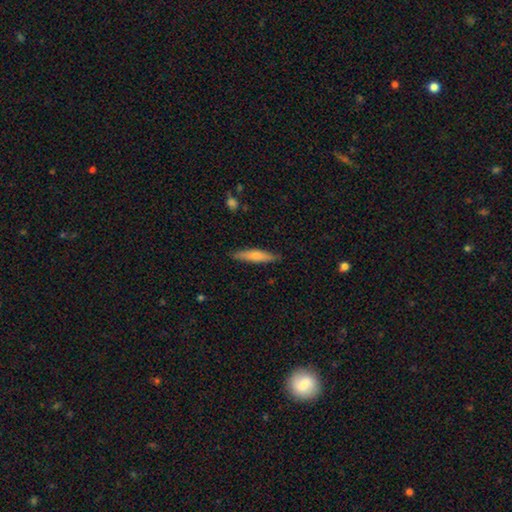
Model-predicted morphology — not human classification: Q: Smooth or featured?
A: smooth (68%); runner-up: featured or disk (26%)
Q: How rounded?
A: cigar-shaped (82%); runner-up: in between (17%)
Q: Merging?
A: none (87%); runner-up: minor disturbance (10%)